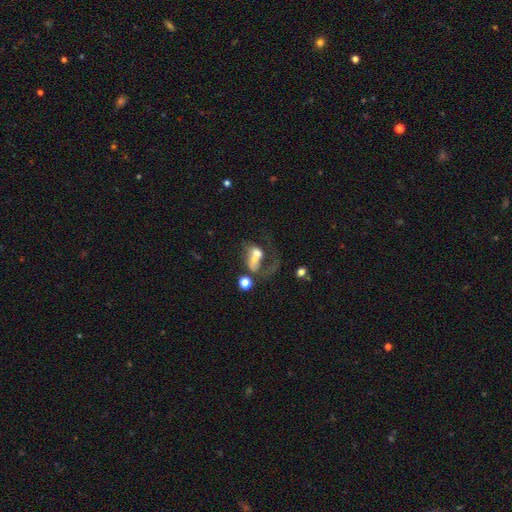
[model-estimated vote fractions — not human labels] Morphology: type=featured or disk (44%); merging=merger (47%).